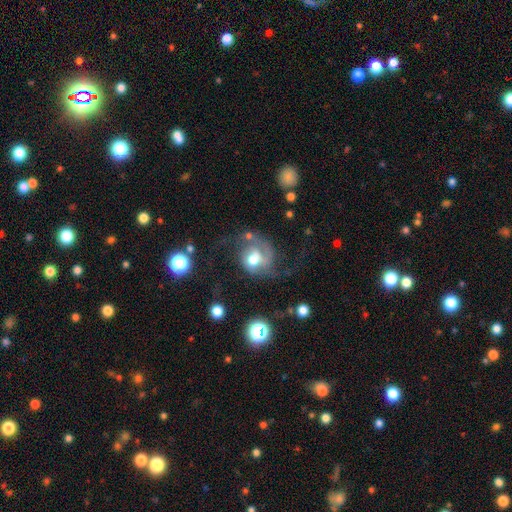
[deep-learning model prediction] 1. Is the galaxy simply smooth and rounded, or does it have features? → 72% featured or disk, 20% smooth, 9% star or artifact.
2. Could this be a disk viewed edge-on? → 98% no, 2% yes.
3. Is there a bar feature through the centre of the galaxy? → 66% no, 28% weak, 5% strong.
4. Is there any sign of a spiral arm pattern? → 88% yes, 12% no.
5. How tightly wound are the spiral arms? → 43% medium, 31% loose, 26% tight.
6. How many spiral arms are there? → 41% 1, 37% 2, 12% can't tell, 6% 3, 2% 4, 2% more than 4.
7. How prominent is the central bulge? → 69% moderate, 15% large, 12% small, 2% dominant, 2% none.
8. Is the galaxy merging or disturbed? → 43% none, 33% major disturbance, 18% minor disturbance, 6% merger.